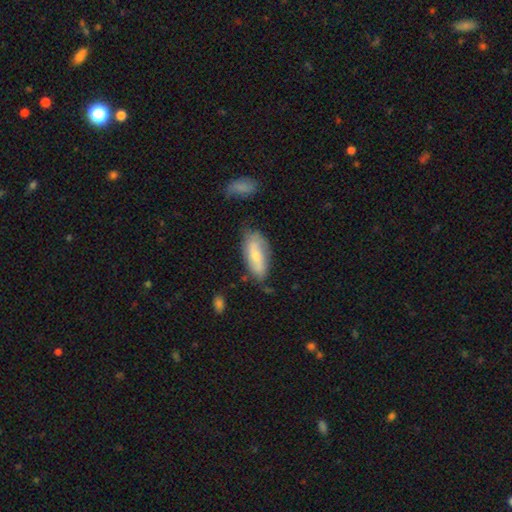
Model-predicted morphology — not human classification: This appears to be a smooth galaxy with no disk features (55%) that is in between round and cigar-shaped (80%). Merging: none (64%).